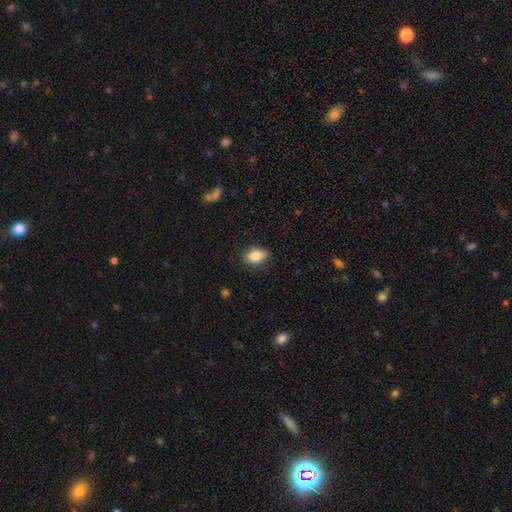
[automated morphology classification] Smooth or featured?
  - smooth: 86% *
  - star or artifact: 8%
  - featured or disk: 6%
How rounded?
  - in between: 81% *
  - round: 17%
  - cigar-shaped: 1%
Merging?
  - none: 84% *
  - minor disturbance: 12%
  - major disturbance: 3%
  - merger: 1%